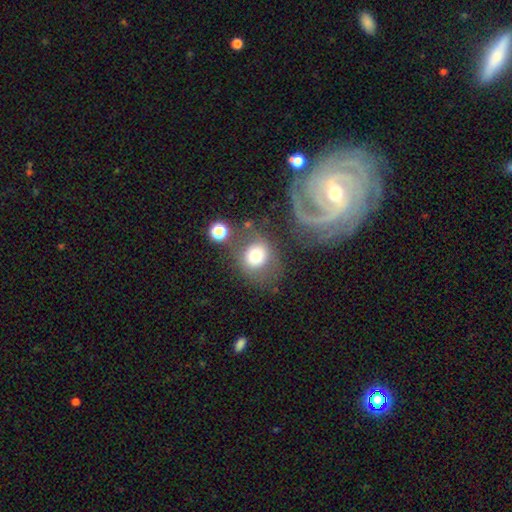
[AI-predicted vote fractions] A smooth galaxy with no disk features (68%) that is round (73%).

Vote fractions:
- Smooth or featured? smooth: 68% / featured or disk: 21% / star or artifact: 11%
- How rounded? round: 73% / in between: 26% / cigar-shaped: 1%
- Merging? none: 54% / minor disturbance: 17% / major disturbance: 16% / merger: 13%